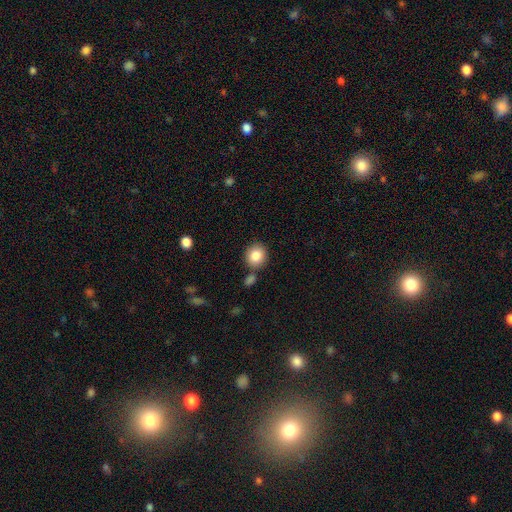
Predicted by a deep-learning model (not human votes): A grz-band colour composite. It shows a smooth galaxy with no disk features (84%) that is round (85%). Merging: none (79%).